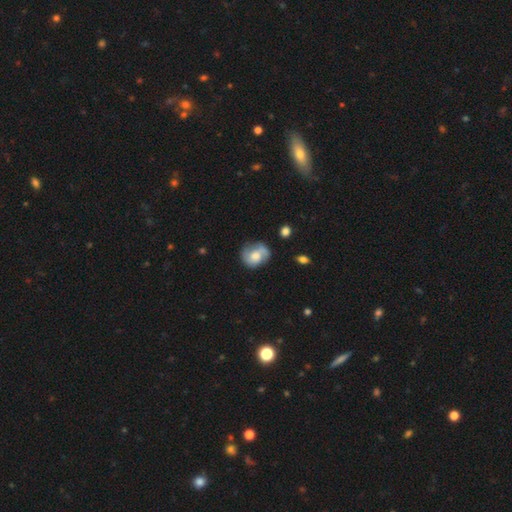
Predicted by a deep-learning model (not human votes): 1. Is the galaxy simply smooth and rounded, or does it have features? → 49% featured or disk, 44% smooth, 7% star or artifact.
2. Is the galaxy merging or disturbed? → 57% none, 27% minor disturbance, 11% major disturbance, 4% merger.